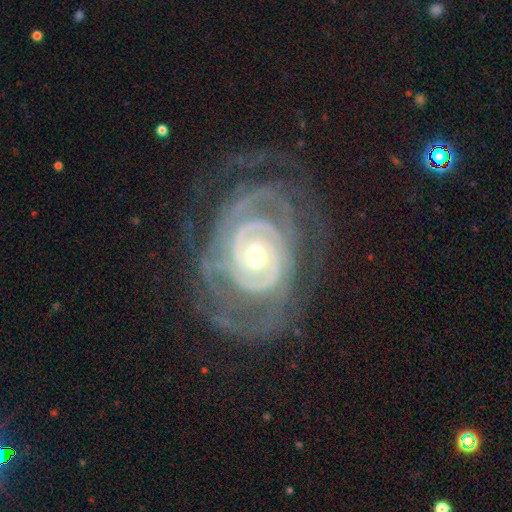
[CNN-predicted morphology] Smooth or featured? Predicted: featured or disk (p=0.90). Edge-on disk? Predicted: no (p=0.97). Bar? Predicted: no (p=0.69). Spiral arms? Predicted: yes (p=0.96). Spiral winding? Predicted: tight (p=0.78). Spiral arm count? Predicted: can't tell (p=0.29). Bulge size? Predicted: moderate (p=0.48). Merging? Predicted: none (p=0.69).